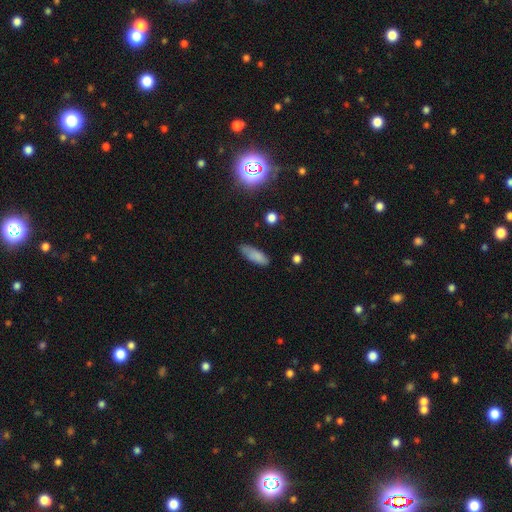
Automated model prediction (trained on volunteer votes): This appears to be a smooth galaxy with no disk features (82%) that is in between round and cigar-shaped (62%). Merging: none (70%).